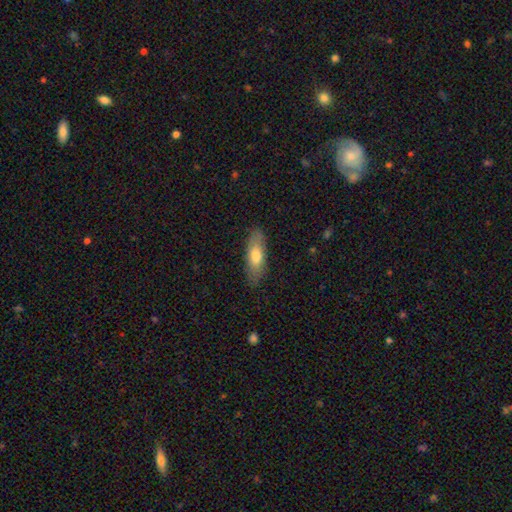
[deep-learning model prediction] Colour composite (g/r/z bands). It shows a smooth galaxy with no disk features (70%) that is in between round and cigar-shaped (61%). Merging: none (85%).